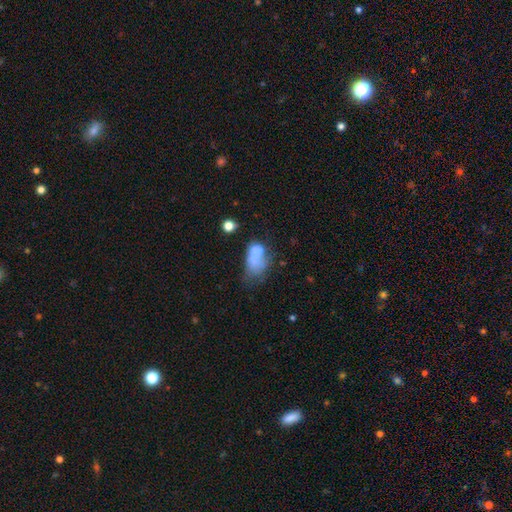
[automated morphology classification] Smooth or featured: smooth — 59% (featured or disk — 30%)
How rounded: in between — 85% (round — 13%)
Merging: major disturbance — 30% (merger — 24%)